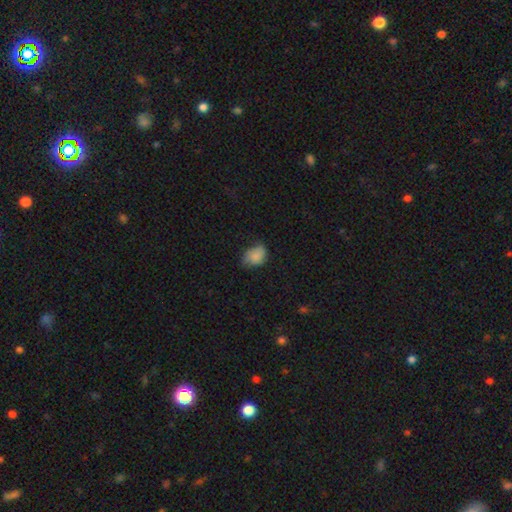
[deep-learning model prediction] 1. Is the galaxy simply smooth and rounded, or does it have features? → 83% smooth, 9% featured or disk, 8% star or artifact.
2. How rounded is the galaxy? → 77% in between, 22% round, 1% cigar-shaped.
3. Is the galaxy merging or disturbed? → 53% none, 36% minor disturbance, 9% major disturbance, 2% merger.